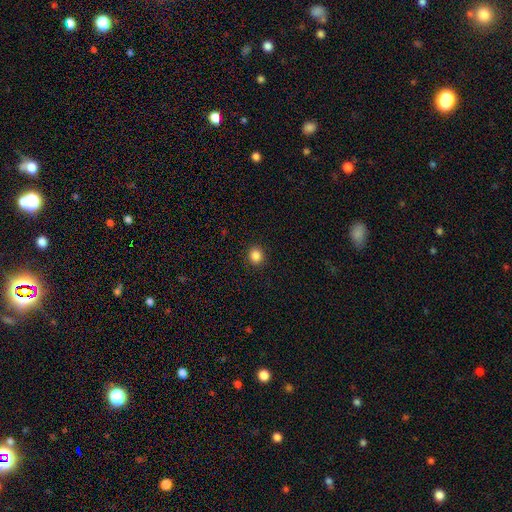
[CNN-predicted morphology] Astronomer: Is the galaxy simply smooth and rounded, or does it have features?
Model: smooth — 86%.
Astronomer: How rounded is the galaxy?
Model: round — 82%.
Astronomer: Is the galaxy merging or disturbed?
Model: none — 92%.